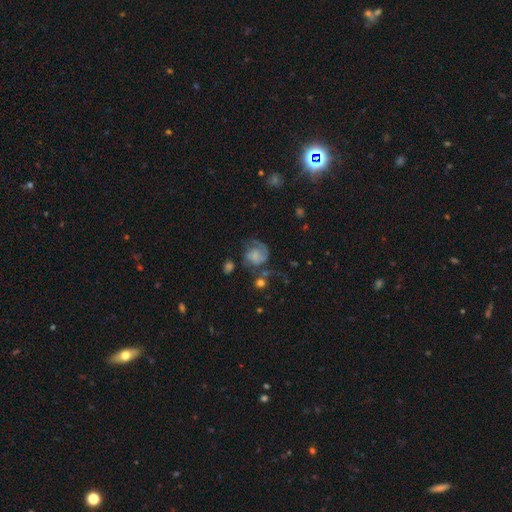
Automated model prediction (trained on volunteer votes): featured or disk 48%, smooth 42%, star or artifact 11%. Down the decision tree: merging — none (36%).